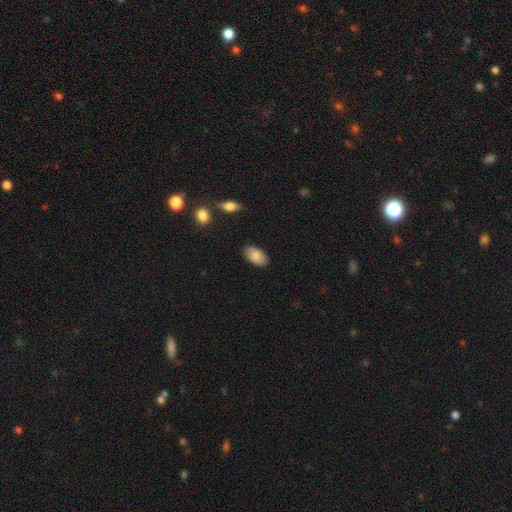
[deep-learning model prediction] Smooth or featured? smooth (87%)
How rounded? in between (95%)
Merging? none (86%)